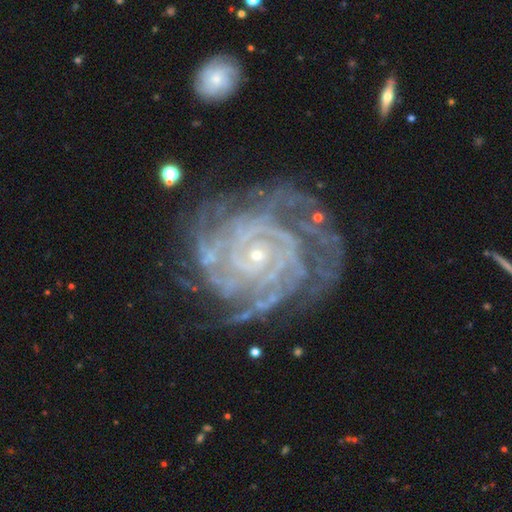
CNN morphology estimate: This is clearly a featured or disk galaxy (91%). It is clearly not viewed edge-on (97%). Bar: likely no (74%). Spiral arm pattern: clearly yes (98%). Spiral arm count: marginally 4 (25%). Spiral winding: clearly tight (81%). Central bulge: clearly small (84%). Merging: likely none (68%).